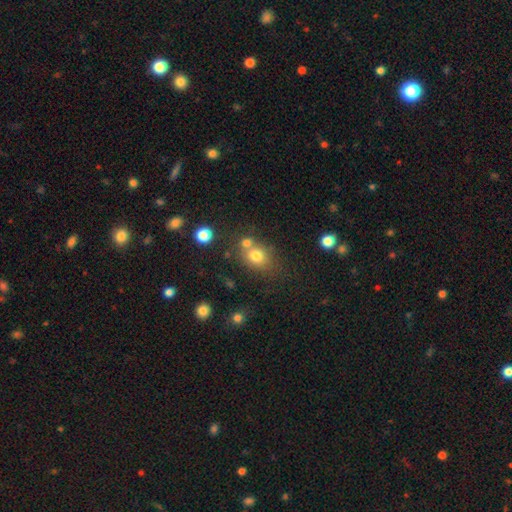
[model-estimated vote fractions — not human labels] The model was most divided on "merging": none: 53%, merger: 30%, minor disturbance: 12%, major disturbance: 5%. More confident: smooth or featured — smooth (76%); how rounded — round (62%).